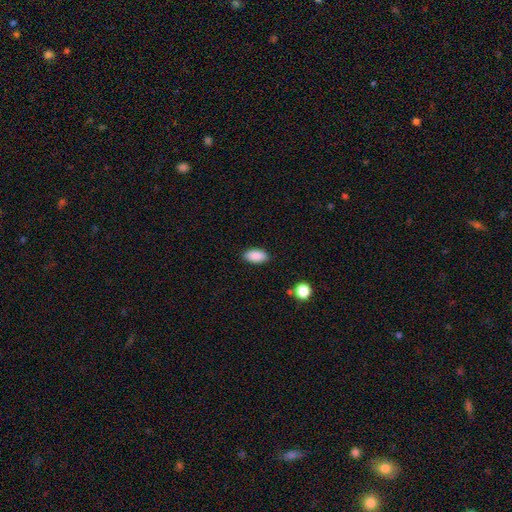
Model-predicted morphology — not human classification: Smooth or featured? smooth (89%)
How rounded? in between (92%)
Merging? none (88%)